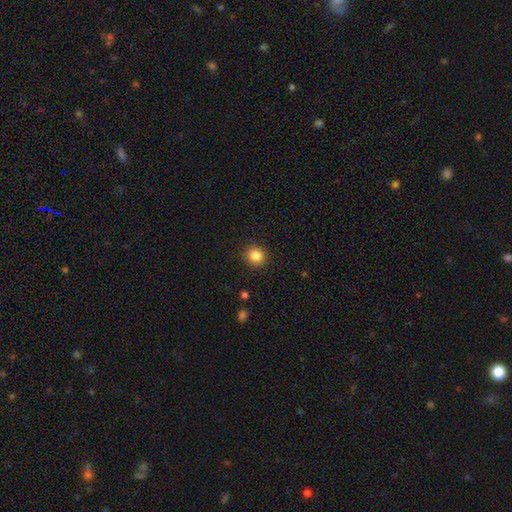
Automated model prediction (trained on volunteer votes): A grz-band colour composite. It shows a smooth galaxy with no disk features (85%) that is round (88%). Merging: none (90%).